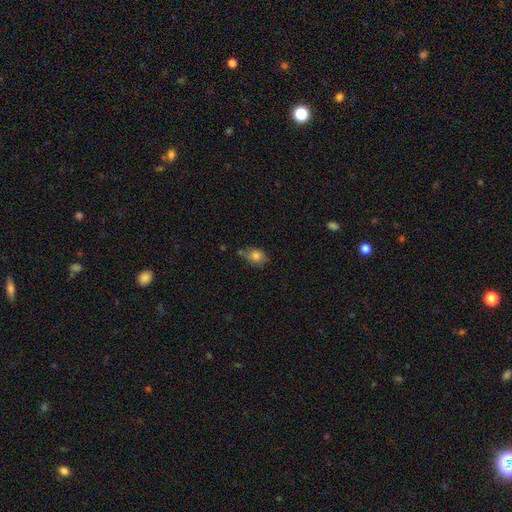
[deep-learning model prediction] A smooth galaxy with no disk features (82%) that is in between round and cigar-shaped (56%). Merging: none (61%).